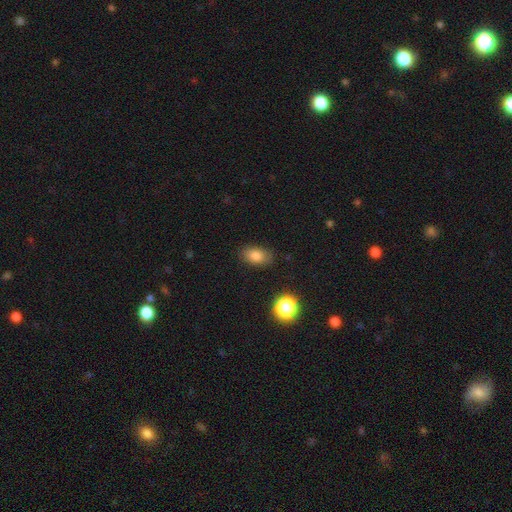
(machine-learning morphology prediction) The model was most divided on "smooth or featured": smooth: 82%, star or artifact: 11%, featured or disk: 7%. More confident: how rounded — in between (87%); merging — none (83%).